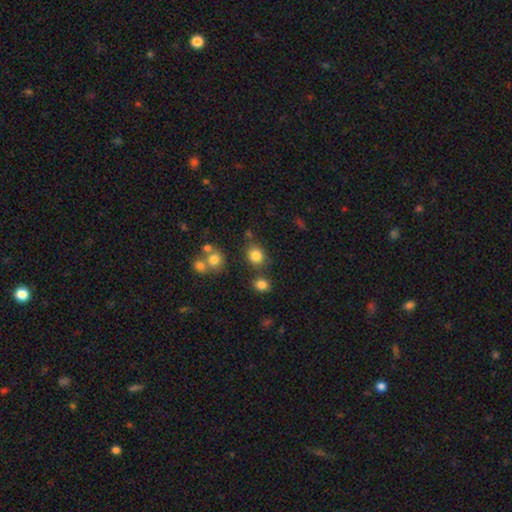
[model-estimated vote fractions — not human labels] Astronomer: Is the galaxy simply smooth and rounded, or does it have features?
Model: smooth — 81%.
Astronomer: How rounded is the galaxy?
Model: round — 74%.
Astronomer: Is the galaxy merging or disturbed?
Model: none — 73%.